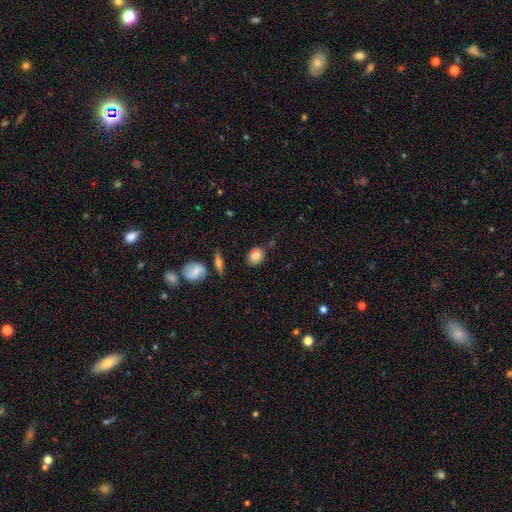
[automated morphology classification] smooth 74%, featured or disk 16%, star or artifact 9%. Down the decision tree: how rounded — in between (54%); merging — none (77%).